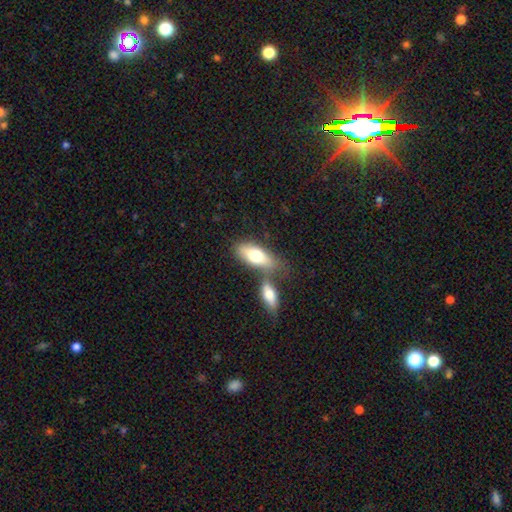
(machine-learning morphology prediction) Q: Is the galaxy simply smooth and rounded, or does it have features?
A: smooth — 70%.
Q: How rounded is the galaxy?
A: in between — 81%.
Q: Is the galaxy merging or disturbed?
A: none — 46%.